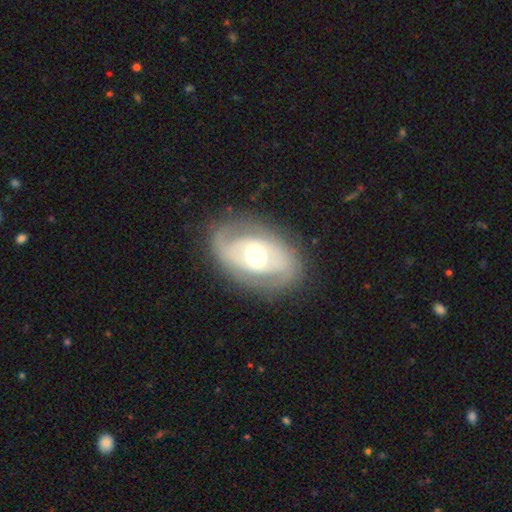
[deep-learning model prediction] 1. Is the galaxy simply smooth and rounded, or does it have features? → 73% featured or disk, 22% smooth, 6% star or artifact.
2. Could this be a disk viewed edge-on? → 94% no, 6% yes.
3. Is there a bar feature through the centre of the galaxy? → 49% no, 32% weak, 19% strong.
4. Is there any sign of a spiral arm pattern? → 64% yes, 36% no.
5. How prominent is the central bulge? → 68% moderate, 19% large, 11% small, 2% dominant, 1% none.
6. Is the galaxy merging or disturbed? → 79% none, 14% minor disturbance, 6% major disturbance, 1% merger.